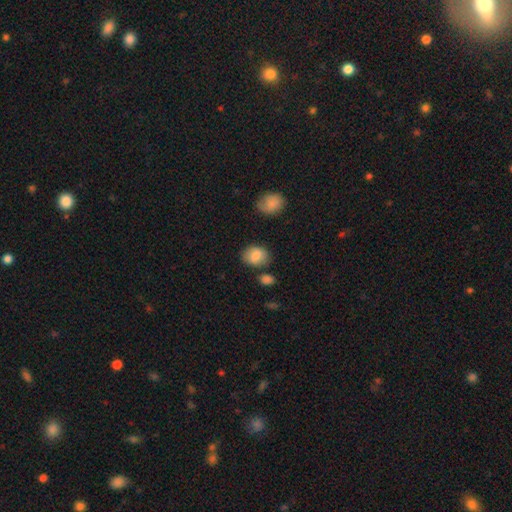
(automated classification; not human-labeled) smooth-or-featured: smooth: 82% | featured or disk: 10% | star or artifact: 8%
  how-rounded: in between: 67% | round: 32% | cigar-shaped: 1%
  merging: none: 74% | minor disturbance: 15% | merger: 6% | major disturbance: 4%